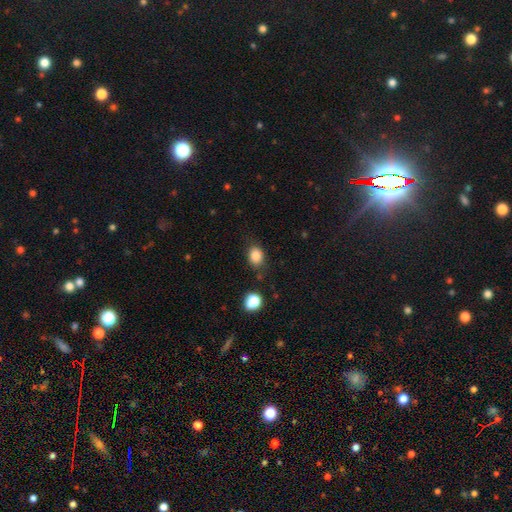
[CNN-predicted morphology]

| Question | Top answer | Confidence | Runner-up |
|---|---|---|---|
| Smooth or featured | smooth | 85% | star or artifact (10%) |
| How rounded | in between | 58% | round (41%) |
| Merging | none | 76% | minor disturbance (16%) |